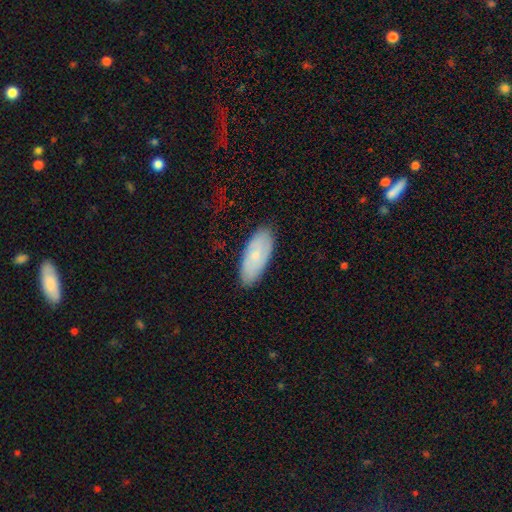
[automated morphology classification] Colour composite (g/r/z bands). It shows a smooth galaxy with no disk features (70%) that is in between round and cigar-shaped (83%). Merging: none (84%).